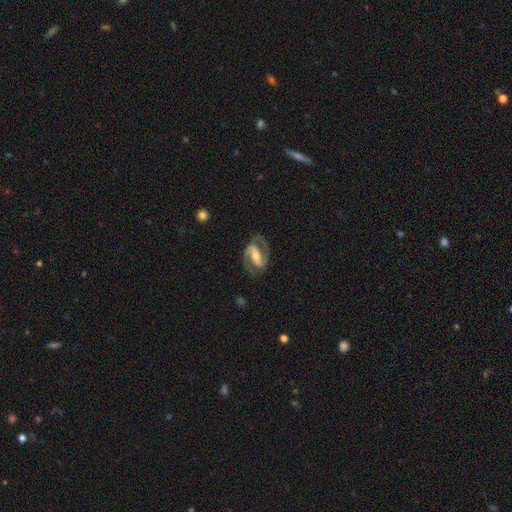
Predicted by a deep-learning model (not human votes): This is clearly a featured or disk galaxy (90%). It is clearly not viewed edge-on (97%). Bar: likely strong (62%). Spiral arm pattern: clearly yes (96%). Spiral arm count: clearly 2 (93%). Spiral winding: possibly medium (57%). Central bulge: possibly moderate (56%). Merging: clearly none (80%).